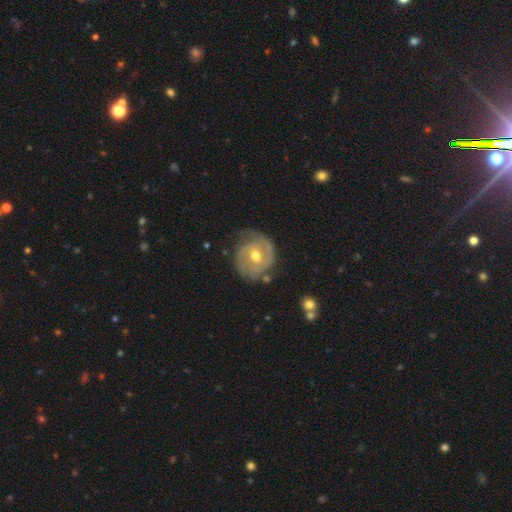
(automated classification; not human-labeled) This appears to be a featured or disk galaxy (82%) with no bar (52%), 2 (61%) tight (61%) spiral arms (91%) and a moderate central bulge (72%). Merging: none (68%).